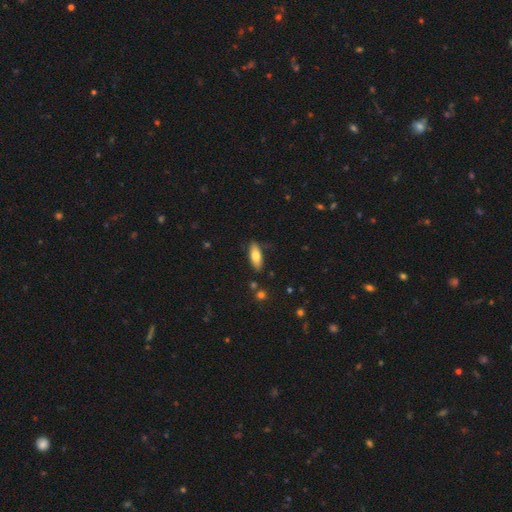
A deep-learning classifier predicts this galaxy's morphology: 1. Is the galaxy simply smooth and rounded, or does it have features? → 72% smooth, 22% featured or disk, 6% star or artifact.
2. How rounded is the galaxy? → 66% in between, 32% cigar-shaped, 2% round.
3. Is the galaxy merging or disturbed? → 81% none, 14% minor disturbance, 3% major disturbance, 3% merger.